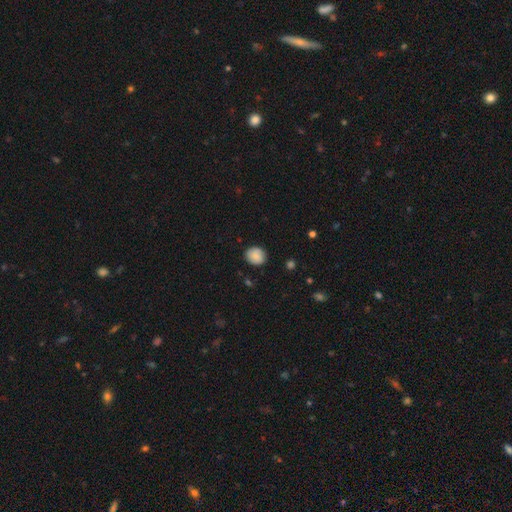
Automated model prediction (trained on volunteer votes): Smooth or featured? Predicted: smooth (p=0.85). How rounded? Predicted: round (p=0.74). Merging? Predicted: none (p=0.84).